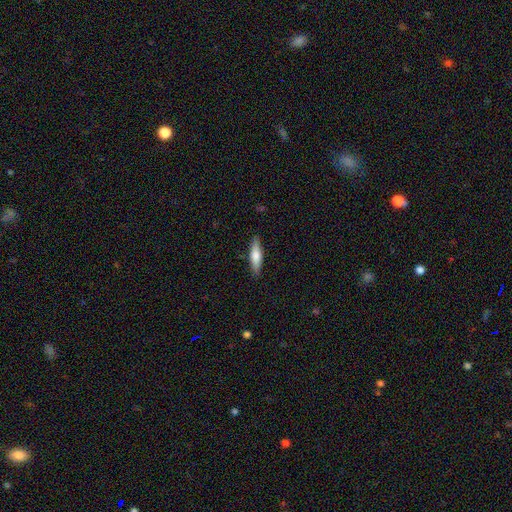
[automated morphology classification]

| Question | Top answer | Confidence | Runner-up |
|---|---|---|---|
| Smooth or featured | smooth | 64% | featured or disk (30%) |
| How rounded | cigar-shaped | 67% | in between (31%) |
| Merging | none | 88% | minor disturbance (9%) |